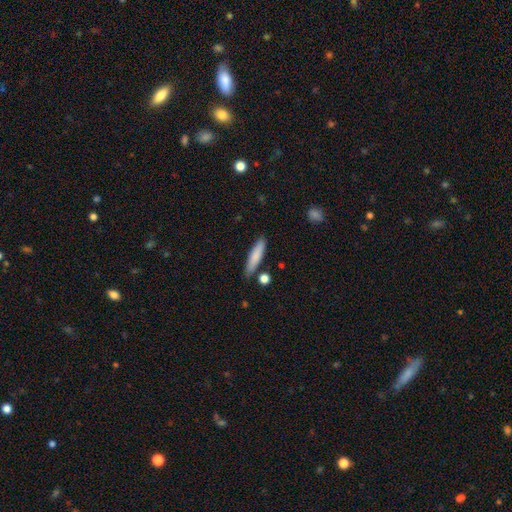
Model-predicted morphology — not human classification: type=smooth (82%); roundness=cigar-shaped (80%); merging=none (82%).